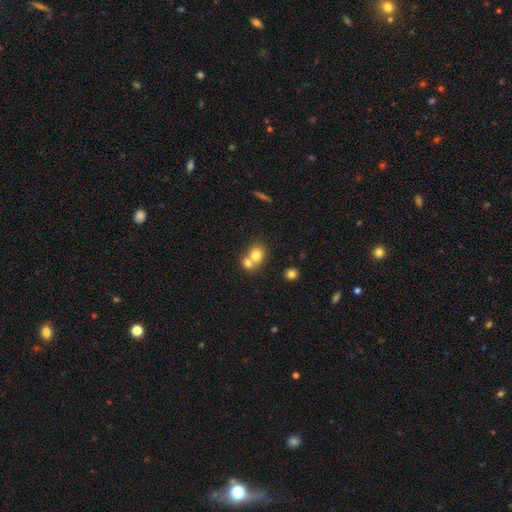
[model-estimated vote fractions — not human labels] smooth-or-featured: smooth: 75% | featured or disk: 14% | star or artifact: 10%
  how-rounded: round: 69% | in between: 30% | cigar-shaped: 1%
  merging: merger: 59% | none: 33% | minor disturbance: 6% | major disturbance: 2%